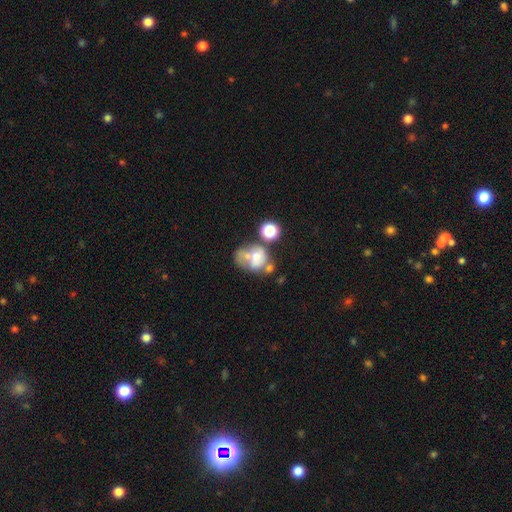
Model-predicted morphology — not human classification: Smooth or featured? Predicted: smooth (p=0.47). Merging? Predicted: merger (p=0.45).